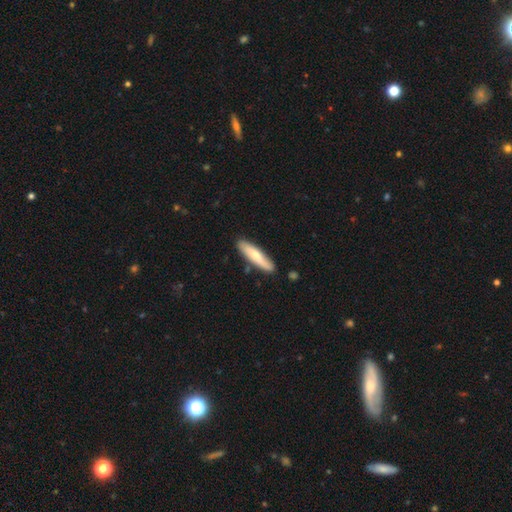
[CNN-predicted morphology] Q: Smooth or featured?
A: smooth (65%); runner-up: featured or disk (30%)
Q: How rounded?
A: cigar-shaped (81%); runner-up: in between (17%)
Q: Merging?
A: none (85%); runner-up: minor disturbance (11%)